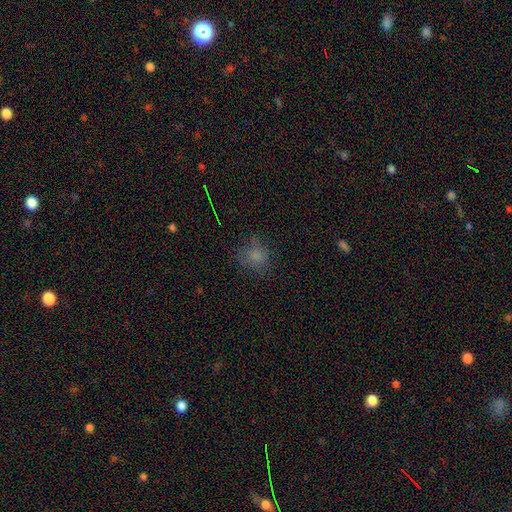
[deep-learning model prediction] Smooth or featured? smooth (73%)
How rounded? round (75%)
Merging? none (68%)